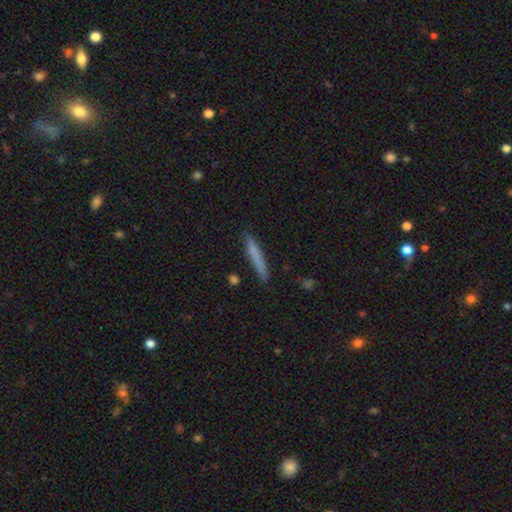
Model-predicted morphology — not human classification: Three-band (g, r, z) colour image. It shows a smooth galaxy with no disk features (74%) that is cigar-shaped (95%). Merging: none (88%).